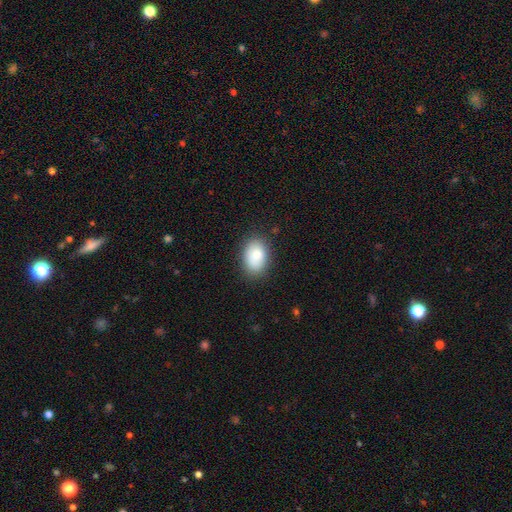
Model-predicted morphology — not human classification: A smooth galaxy with no disk features (83%) that is in between round and cigar-shaped (83%).

Vote fractions:
- Smooth or featured? smooth: 83% / featured or disk: 10% / star or artifact: 7%
- How rounded? in between: 83% / round: 16% / cigar-shaped: 1%
- Merging? none: 82% / minor disturbance: 14% / major disturbance: 3% / merger: 2%